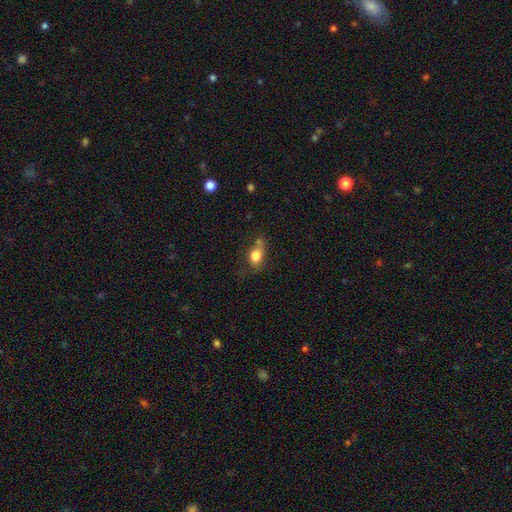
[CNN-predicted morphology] This is likely a smooth galaxy (80%). How rounded: likely in between (61%). Merging: marginally none (45%).